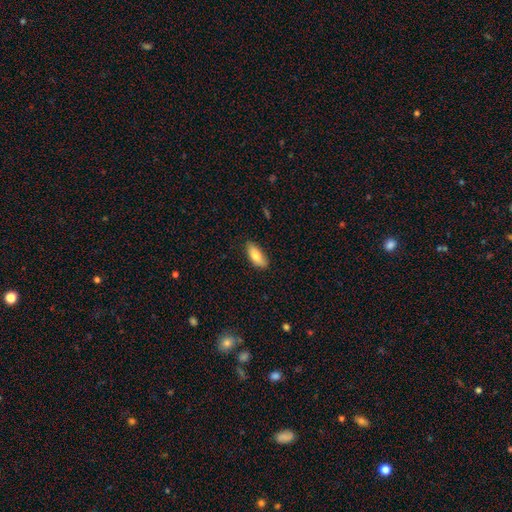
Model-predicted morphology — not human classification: Smooth or featured? Predicted: smooth (p=0.81). How rounded? Predicted: in between (p=0.81). Merging? Predicted: none (p=0.83).